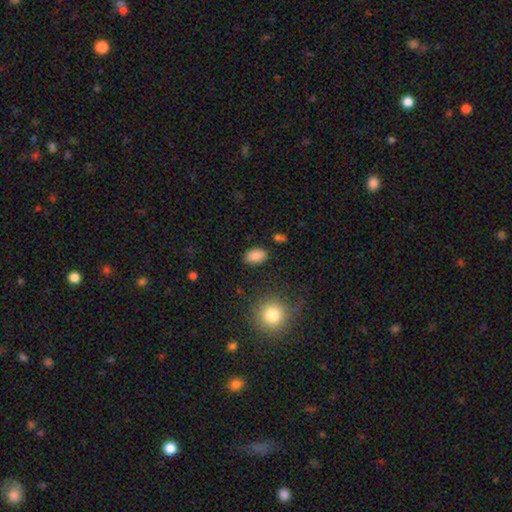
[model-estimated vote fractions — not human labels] smooth-or-featured: smooth: 86% | star or artifact: 9% | featured or disk: 4%
  how-rounded: in between: 88% | round: 11% | cigar-shaped: 1%
  merging: none: 85% | minor disturbance: 10% | major disturbance: 3% | merger: 2%